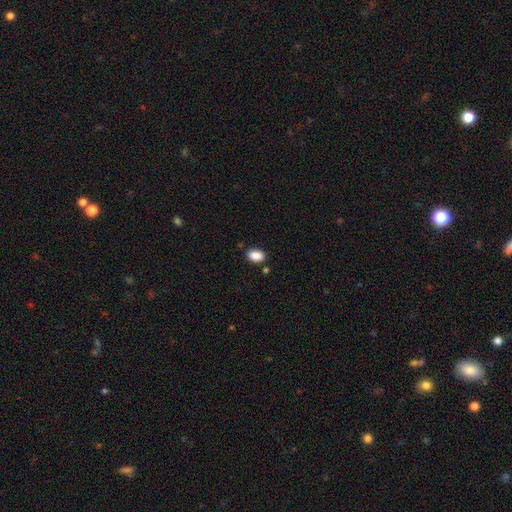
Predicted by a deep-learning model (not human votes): The model was most divided on "how rounded": in between: 83%, round: 16%, cigar-shaped: 1%. More confident: smooth or featured — smooth (89%); merging — none (85%).